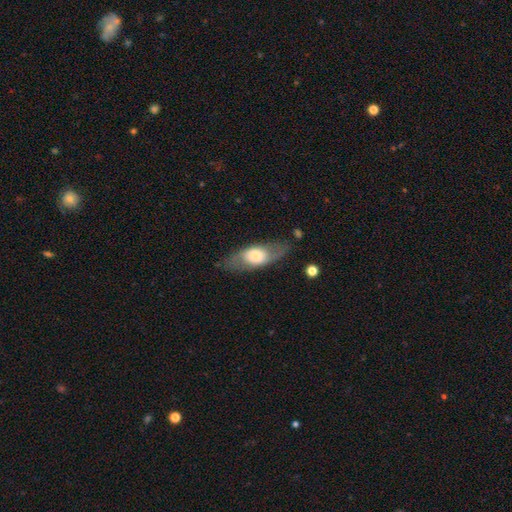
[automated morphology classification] smooth-or-featured: smooth: 51% | featured or disk: 43% | star or artifact: 7%
  how-rounded: in between: 75% | cigar-shaped: 16% | round: 9%
  merging: none: 74% | minor disturbance: 16% | major disturbance: 8% | merger: 2%